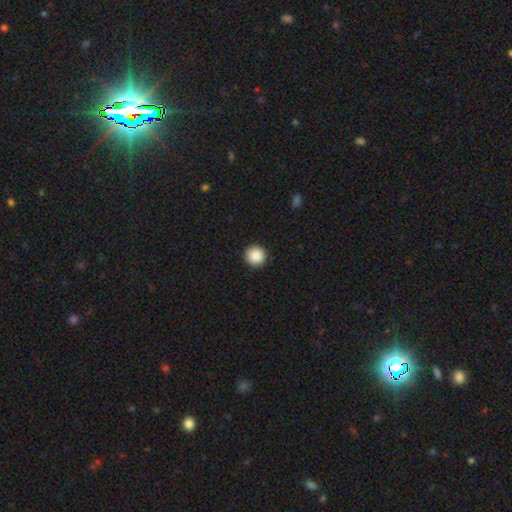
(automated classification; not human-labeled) Smooth or featured?
  - smooth: 89% *
  - star or artifact: 9%
  - featured or disk: 2%
How rounded?
  - round: 96% *
  - in between: 3%
  - cigar-shaped: 1%
Merging?
  - none: 93% *
  - minor disturbance: 4%
  - major disturbance: 2%
  - merger: 1%